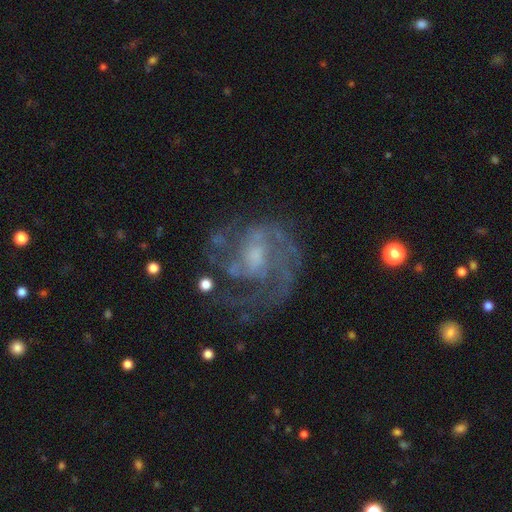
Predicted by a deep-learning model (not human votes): Overall: featured or disk (84%). Edge-on disk: no (98%). Bar: no (51%; weak 41%). Spiral arms: yes (92%). Spiral arm count: 2 (33%; 3 24%). Spiral winding: medium (46%; tight 37%). Bulge size: small (38%; moderate 36%). Merging: none (59%; major disturbance 21%).